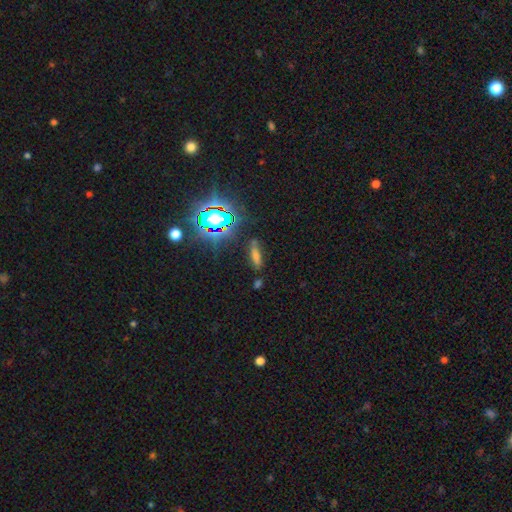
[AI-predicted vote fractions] A smooth galaxy with no disk features (48%).

Vote fractions:
- Smooth or featured? smooth: 48% / star or artifact: 32% / featured or disk: 20%
- Merging? none: 75% / minor disturbance: 15% / major disturbance: 6% / merger: 5%